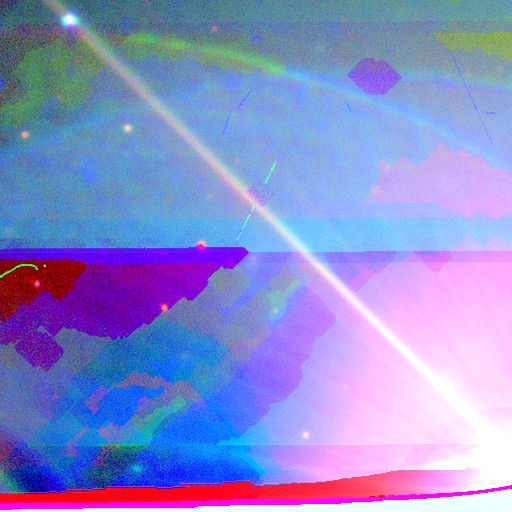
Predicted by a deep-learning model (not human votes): Q: Smooth or featured?
A: star or artifact (89%); runner-up: featured or disk (7%)